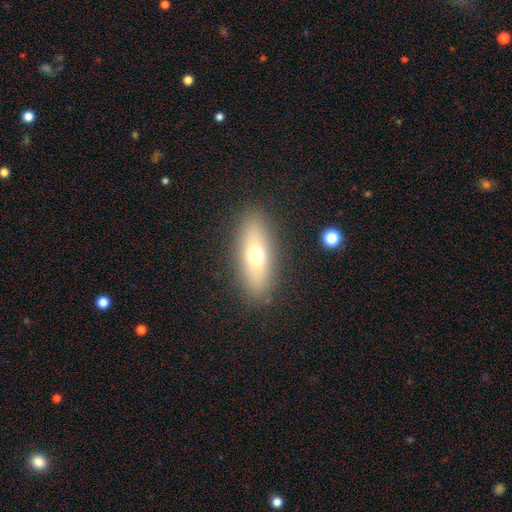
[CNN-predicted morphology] type=smooth (62%); roundness=in between (62%); merging=none (87%).